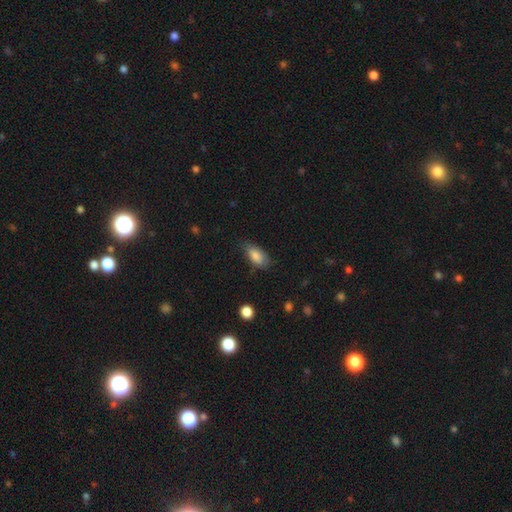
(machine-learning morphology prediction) Smooth or featured: smooth — 85% (featured or disk — 8%)
How rounded: in between — 88% (cigar-shaped — 8%)
Merging: none — 67% (minor disturbance — 25%)